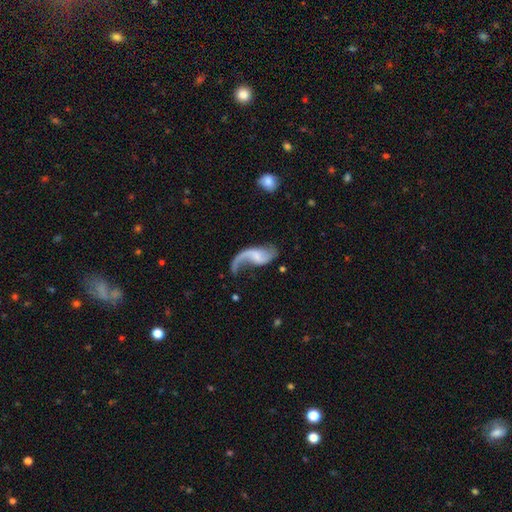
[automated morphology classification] Smooth or featured? featured or disk (82%)
Edge-on disk? no (97%)
Bar? weak (45%)
Spiral arms? yes (92%)
Spiral winding? loose (86%)
Spiral arm count? 2 (65%)
Bulge size? small (42%)
Merging? none (39%)